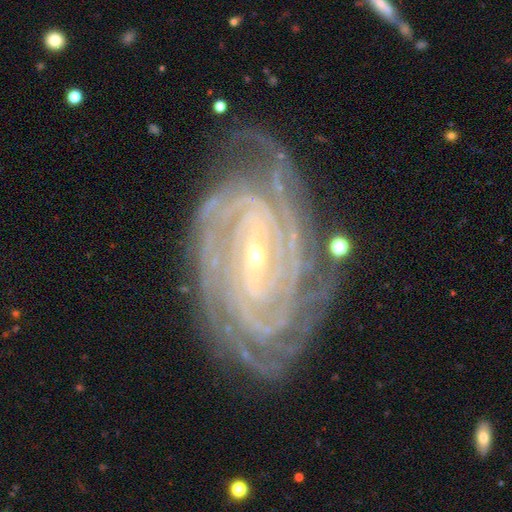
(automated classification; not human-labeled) Smooth or featured? Predicted: featured or disk (p=0.93). Edge-on disk? Predicted: no (p=0.97). Bar? Predicted: strong (p=0.44). Spiral arms? Predicted: yes (p=0.99). Spiral winding? Predicted: tight (p=0.81). Spiral arm count? Predicted: 4 (p=0.30). Bulge size? Predicted: small (p=0.81). Merging? Predicted: none (p=0.77).